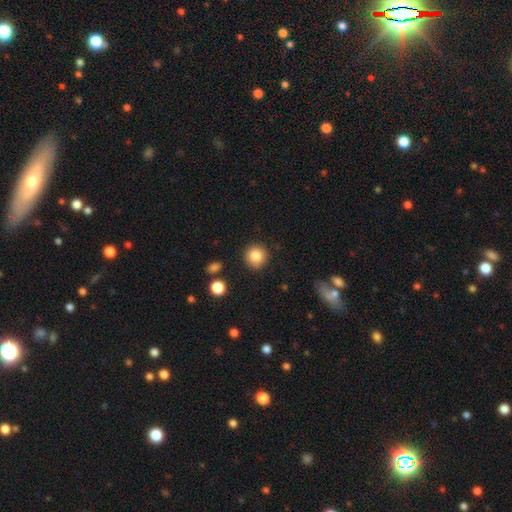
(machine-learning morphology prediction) Smooth or featured? Predicted: smooth (p=0.84). How rounded? Predicted: round (p=0.93). Merging? Predicted: none (p=0.89).